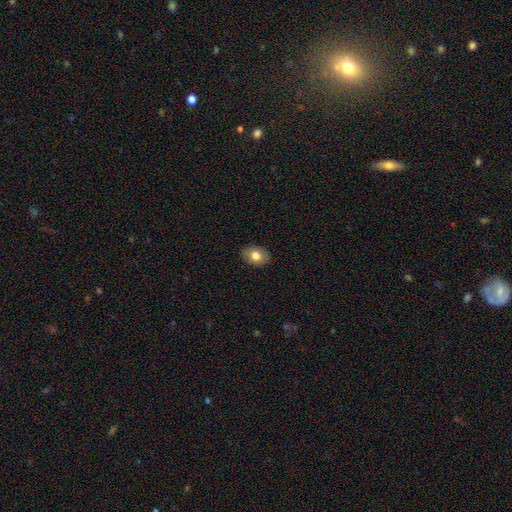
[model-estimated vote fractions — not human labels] Smooth or featured? Predicted: smooth (p=0.79). How rounded? Predicted: in between (p=0.74). Merging? Predicted: none (p=0.88).